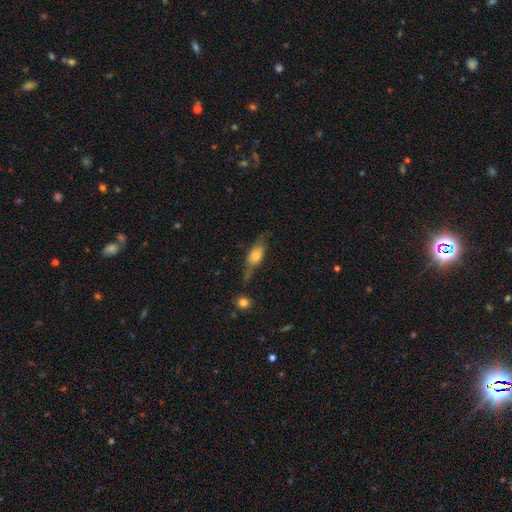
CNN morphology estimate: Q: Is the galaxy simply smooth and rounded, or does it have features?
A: smooth — 64%.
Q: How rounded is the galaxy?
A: in between — 72%.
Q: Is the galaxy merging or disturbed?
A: none — 51%.